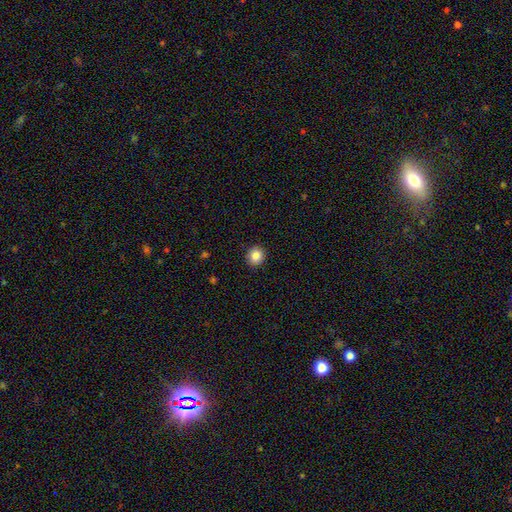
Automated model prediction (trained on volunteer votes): Q: Smooth or featured?
A: smooth (86%); runner-up: star or artifact (9%)
Q: How rounded?
A: round (85%); runner-up: in between (14%)
Q: Merging?
A: none (91%); runner-up: minor disturbance (6%)